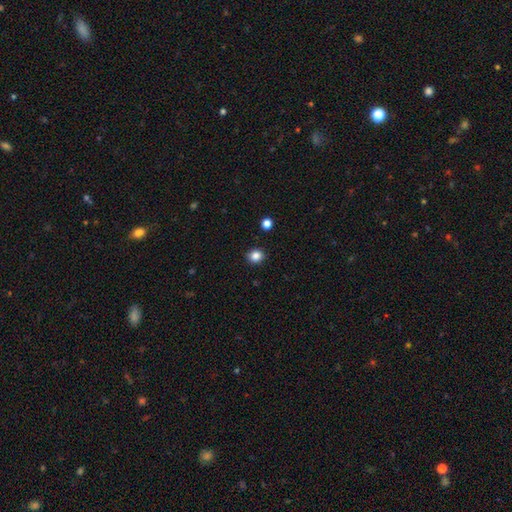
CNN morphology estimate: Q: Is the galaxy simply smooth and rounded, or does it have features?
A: smooth — 85%.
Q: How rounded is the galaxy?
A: round — 78%.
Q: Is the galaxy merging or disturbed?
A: none — 90%.